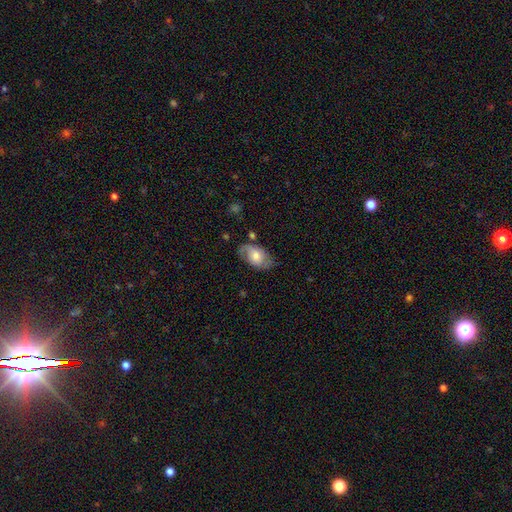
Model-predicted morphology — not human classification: This appears to be a smooth galaxy with no disk features (51%) that is in between round and cigar-shaped (90%). Merging: none (63%).